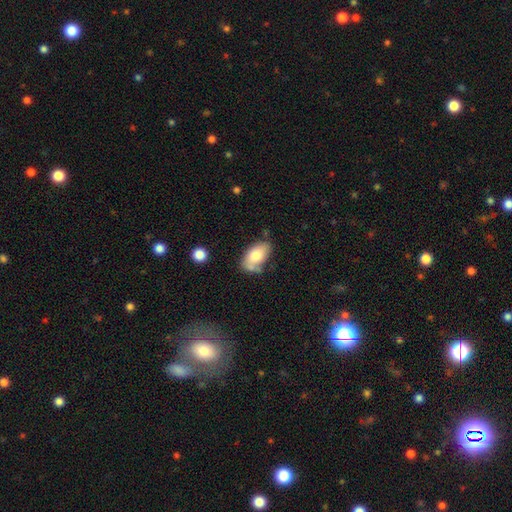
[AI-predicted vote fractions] Smooth or featured? smooth (75%)
How rounded? in between (93%)
Merging? none (51%)